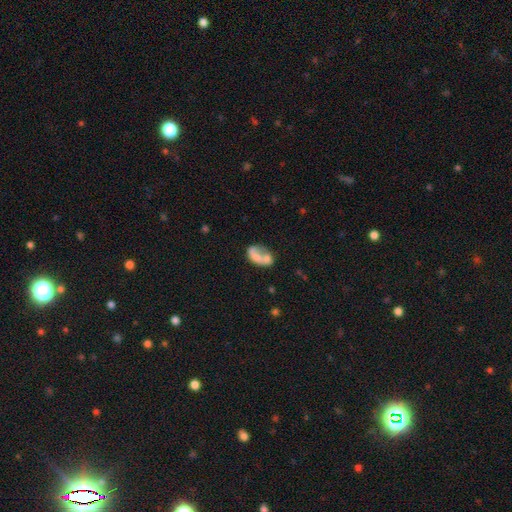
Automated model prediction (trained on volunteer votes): Morphology: type=smooth (58%); roundness=in between (87%); merging=merger (34%).